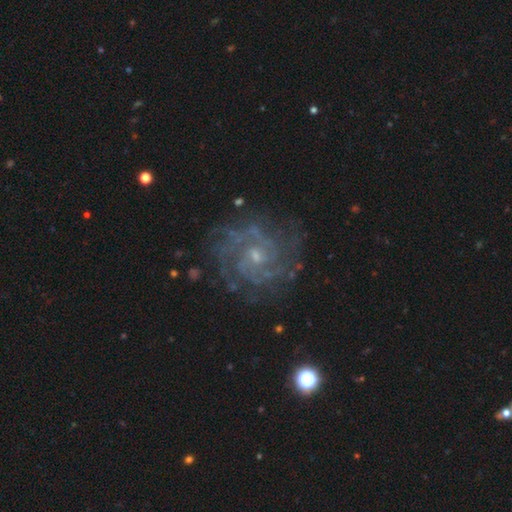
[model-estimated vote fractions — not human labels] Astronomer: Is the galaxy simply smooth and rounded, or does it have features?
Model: featured or disk — 88%.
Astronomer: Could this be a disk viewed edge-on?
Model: no — 98%.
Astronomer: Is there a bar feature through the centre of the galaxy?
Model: no — 60%.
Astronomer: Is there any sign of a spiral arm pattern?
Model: yes — 96%.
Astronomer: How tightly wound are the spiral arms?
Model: tight — 61%.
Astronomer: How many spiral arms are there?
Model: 2 — 28% (runner-up: can't tell, 25%).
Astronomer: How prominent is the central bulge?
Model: small — 66%.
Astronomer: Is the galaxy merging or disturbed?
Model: none — 77%.